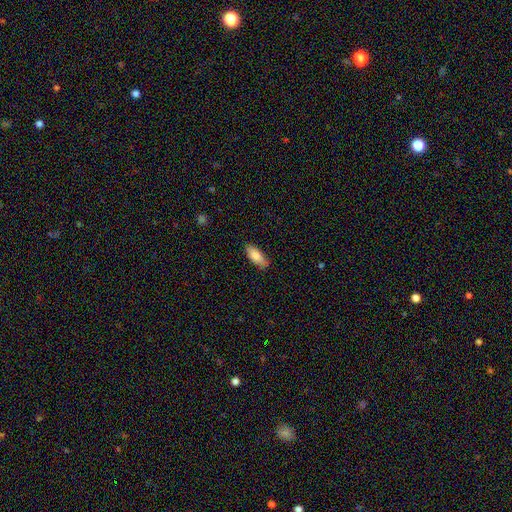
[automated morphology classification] Smooth or featured?
  - smooth: 82% *
  - featured or disk: 12%
  - star or artifact: 6%
How rounded?
  - in between: 74% *
  - cigar-shaped: 24%
  - round: 2%
Merging?
  - none: 85% *
  - minor disturbance: 12%
  - major disturbance: 2%
  - merger: 1%